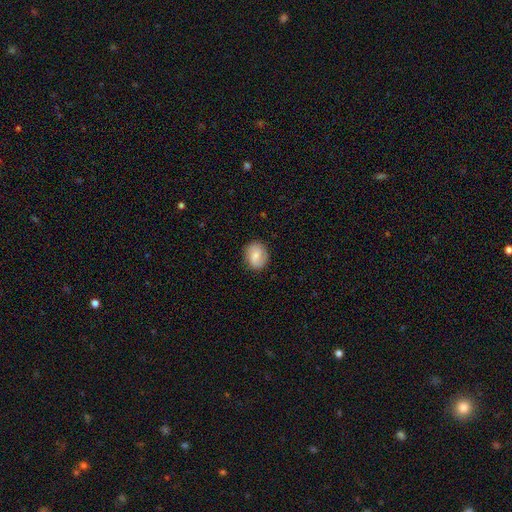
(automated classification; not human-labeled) This appears to be a smooth galaxy with no disk features (56%) that is round (63%). Merging: none (84%).